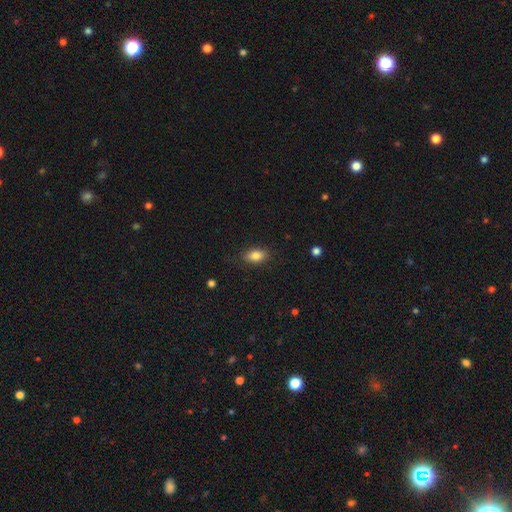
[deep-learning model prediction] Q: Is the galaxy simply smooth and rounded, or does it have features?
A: smooth — 84%.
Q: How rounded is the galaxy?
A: in between — 87%.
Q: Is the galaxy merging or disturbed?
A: none — 84%.